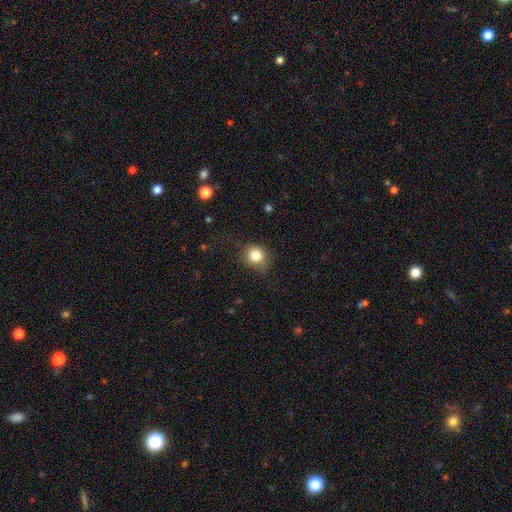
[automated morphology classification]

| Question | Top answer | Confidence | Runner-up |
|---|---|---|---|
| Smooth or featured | smooth | 82% | star or artifact (11%) |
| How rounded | round | 74% | in between (25%) |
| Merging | none | 71% | minor disturbance (20%) |